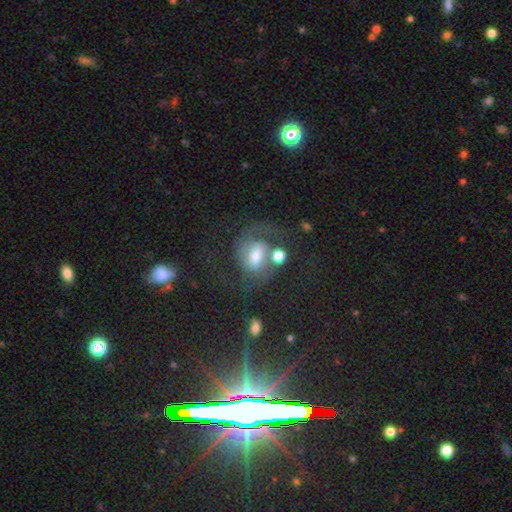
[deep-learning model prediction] Smooth or featured: featured or disk — 60% (smooth — 25%)
Edge-on disk: no — 96% (yes — 4%)
Bar: weak — 47% (no — 34%)
Spiral arms: yes — 81% (no — 19%)
Bulge size: moderate — 61% (small — 21%)
Merging: none — 50% (major disturbance — 20%)